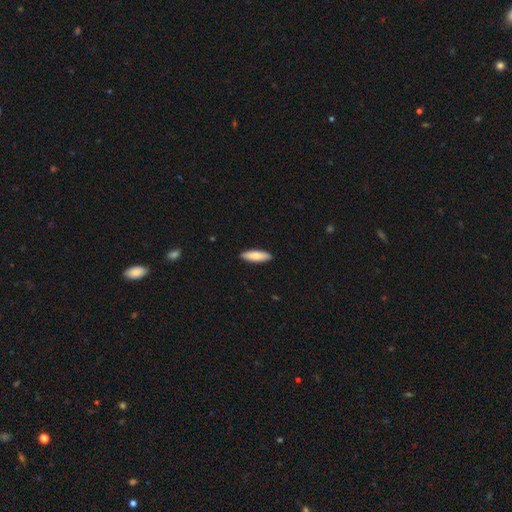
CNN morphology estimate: This appears to be a smooth galaxy with no disk features (80%) that is cigar-shaped (58%). Merging: none (91%).